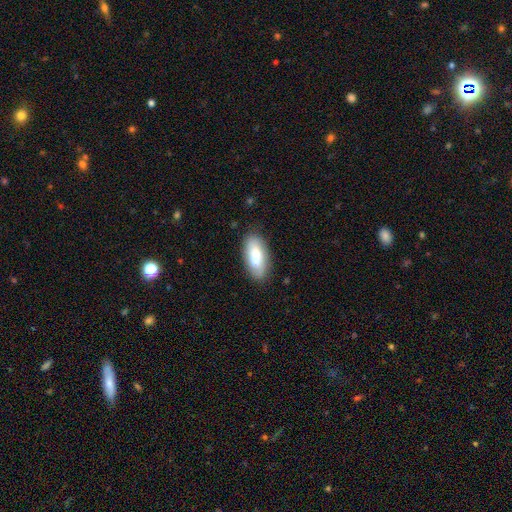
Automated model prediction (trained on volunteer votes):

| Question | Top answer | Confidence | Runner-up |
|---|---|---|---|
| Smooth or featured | smooth | 72% | featured or disk (22%) |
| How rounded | in between | 86% | cigar-shaped (11%) |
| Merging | none | 77% | minor disturbance (15%) |